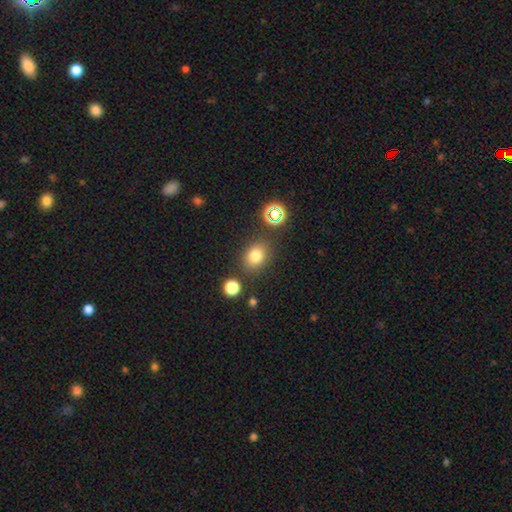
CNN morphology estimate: A smooth galaxy with no disk features (77%) that is in between round and cigar-shaped (51%).

Vote fractions:
- Smooth or featured? smooth: 77% / star or artifact: 15% / featured or disk: 8%
- How rounded? in between: 51% / round: 48% / cigar-shaped: 1%
- Merging? none: 80% / minor disturbance: 11% / merger: 5% / major disturbance: 4%